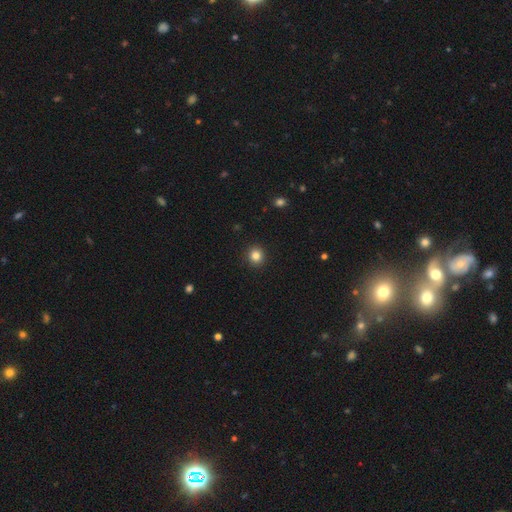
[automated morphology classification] Q: Smooth or featured?
A: smooth (83%); runner-up: star or artifact (12%)
Q: How rounded?
A: round (90%); runner-up: in between (9%)
Q: Merging?
A: none (92%); runner-up: minor disturbance (5%)